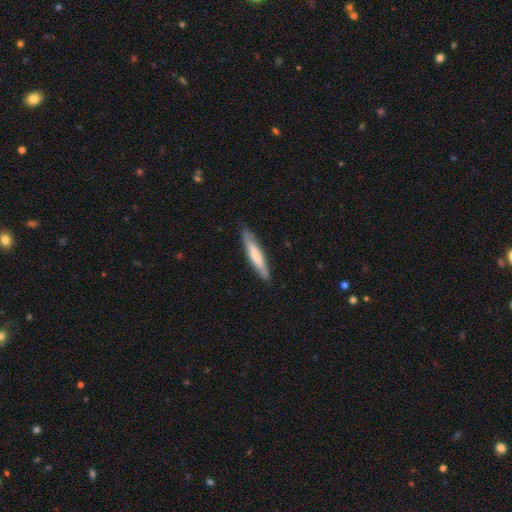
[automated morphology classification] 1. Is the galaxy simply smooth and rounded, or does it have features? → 67% smooth, 29% featured or disk, 5% star or artifact.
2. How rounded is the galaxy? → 92% cigar-shaped, 7% in between, 1% round.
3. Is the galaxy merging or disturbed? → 86% none, 11% minor disturbance, 2% major disturbance, 1% merger.